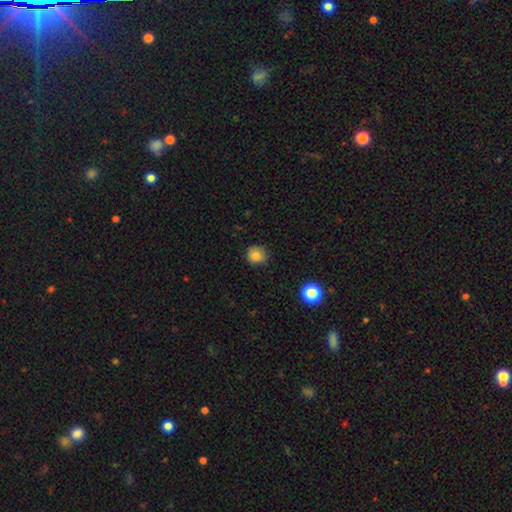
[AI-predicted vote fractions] Morphology: type=smooth (82%); roundness=round (86%); merging=none (80%).